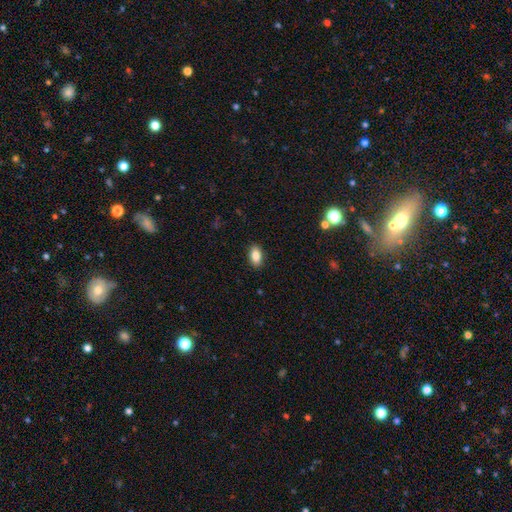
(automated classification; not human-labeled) Smooth or featured? smooth (86%)
How rounded? in between (92%)
Merging? none (90%)